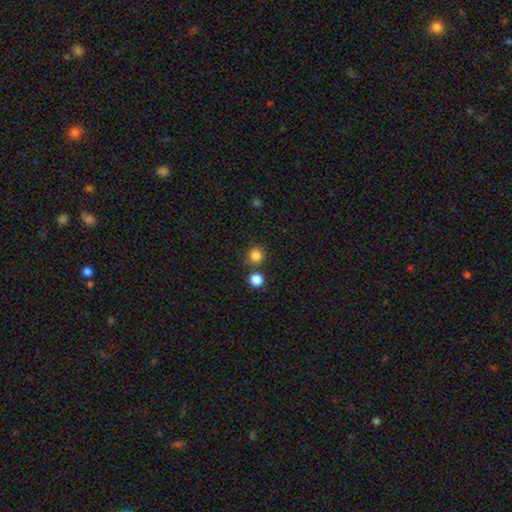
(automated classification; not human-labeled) smooth 84%, star or artifact 12%, featured or disk 4%. Down the decision tree: how rounded — round (93%); merging — none (76%).